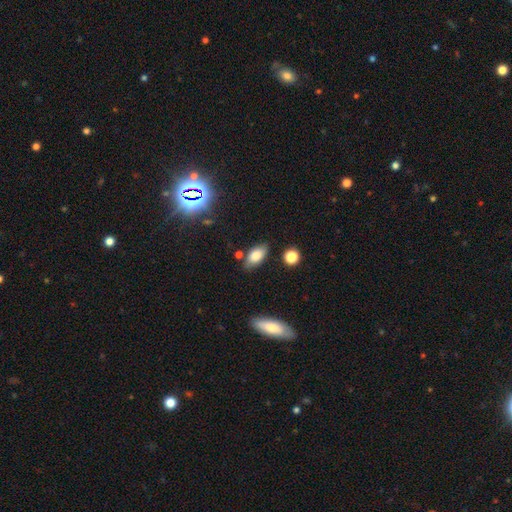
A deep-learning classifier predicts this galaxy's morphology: This is likely a smooth galaxy (78%). How rounded: clearly in between (90%). Merging: likely none (77%).